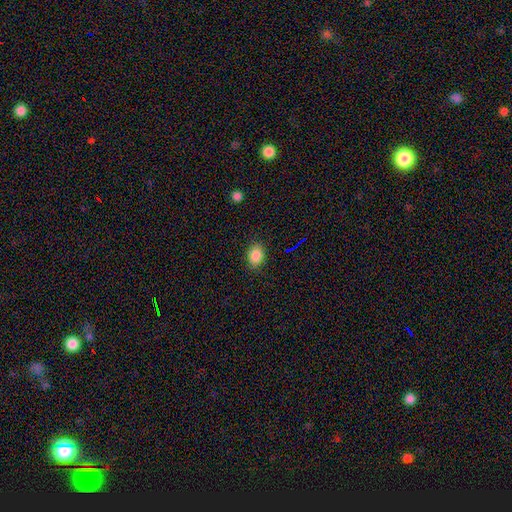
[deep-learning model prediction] A smooth galaxy with no disk features (84%) that is in between round and cigar-shaped (64%).

Vote fractions:
- Smooth or featured? smooth: 84% / star or artifact: 11% / featured or disk: 5%
- How rounded? in between: 64% / round: 35% / cigar-shaped: 1%
- Merging? none: 85% / minor disturbance: 11% / major disturbance: 3% / merger: 1%